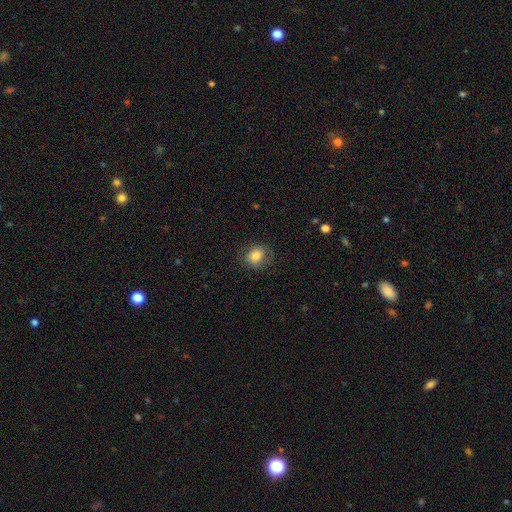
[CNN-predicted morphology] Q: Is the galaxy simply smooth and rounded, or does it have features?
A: smooth — 77%.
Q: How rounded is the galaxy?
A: round — 63%.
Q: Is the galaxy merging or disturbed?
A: none — 76%.